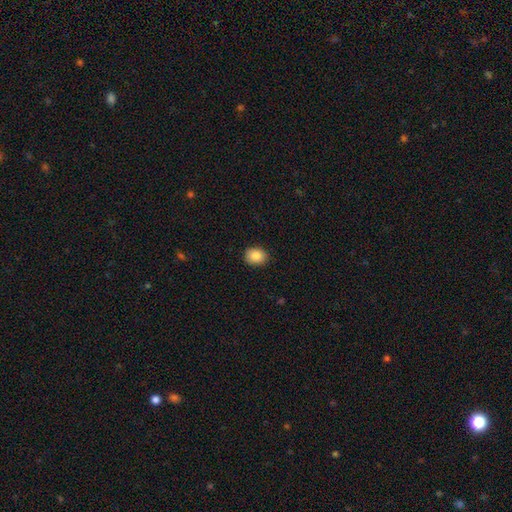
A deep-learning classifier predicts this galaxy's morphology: smooth_or_featured: smooth (p=0.86) [alt: star or artifact p=0.08]
how_rounded: round (p=0.51) [alt: in between p=0.49]
merging: none (p=0.87) [alt: minor disturbance p=0.10]